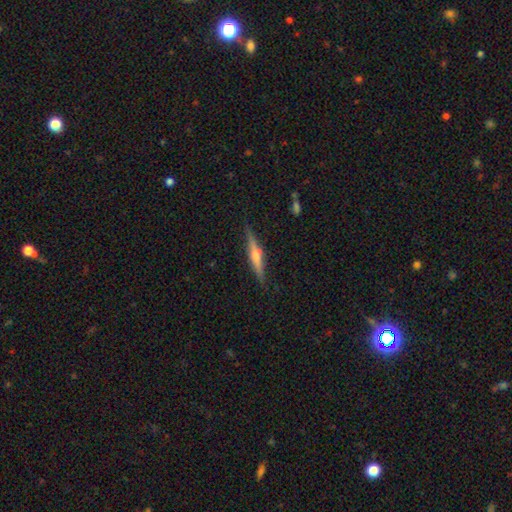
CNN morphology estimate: Smooth or featured: featured or disk — 73% (smooth — 20%)
Edge-on disk: yes — 98% (no — 2%)
Edge-on bulge: rounded — 85% (none — 7%)
Merging: none — 89% (minor disturbance — 8%)